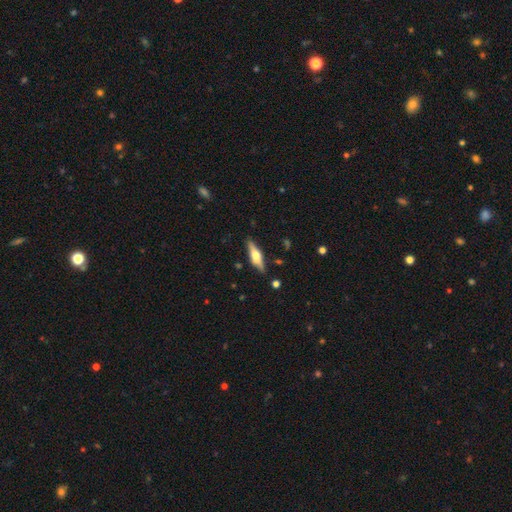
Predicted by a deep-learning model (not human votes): A featured or disk galaxy (61%) viewed edge-on (95%) with a rounded central bulge (91%).

Vote fractions:
- Smooth or featured? featured or disk: 61% / smooth: 33% / star or artifact: 6%
- Edge-on disk? yes: 95% / no: 5%
- Edge-on bulge? rounded: 91% / boxy: 6% / none: 2%
- Merging? none: 85% / minor disturbance: 11% / major disturbance: 2% / merger: 2%